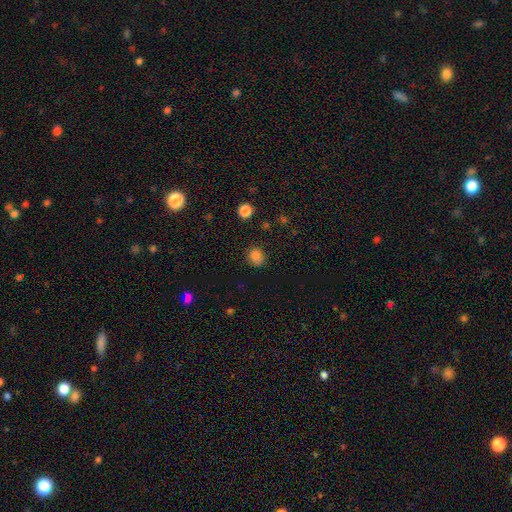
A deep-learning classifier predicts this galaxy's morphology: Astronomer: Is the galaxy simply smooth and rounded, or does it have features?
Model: smooth — 81%.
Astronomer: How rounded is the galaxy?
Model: round — 74%.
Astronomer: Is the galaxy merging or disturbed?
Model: none — 73%.